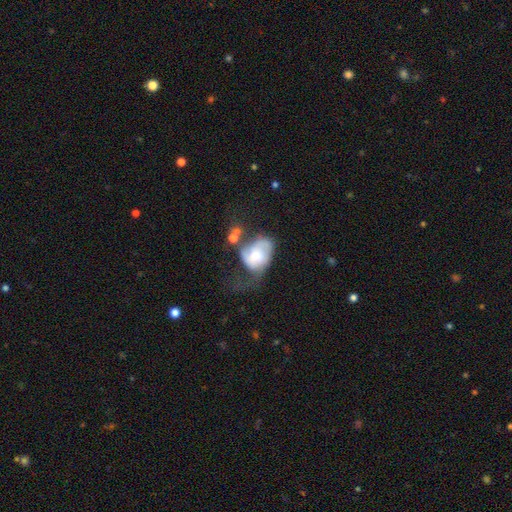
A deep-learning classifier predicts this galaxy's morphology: This is possibly a featured or disk galaxy (50%). Merging: marginally major disturbance (44%).